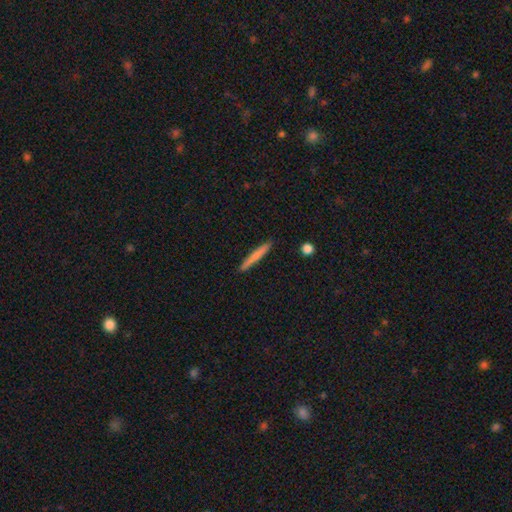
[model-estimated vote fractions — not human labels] Smooth or featured? smooth (70%)
How rounded? cigar-shaped (96%)
Merging? none (90%)